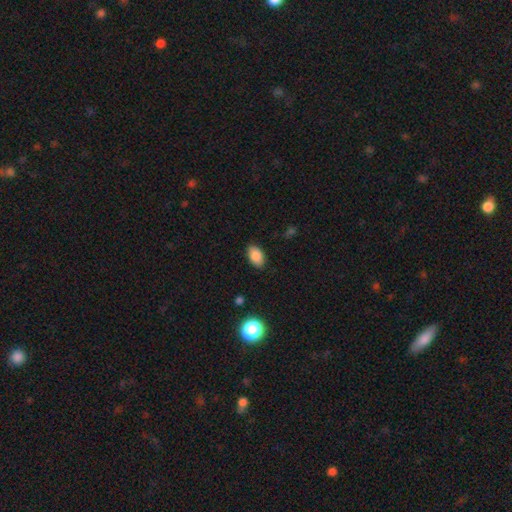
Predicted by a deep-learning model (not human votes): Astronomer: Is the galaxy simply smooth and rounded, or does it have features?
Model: smooth — 86%.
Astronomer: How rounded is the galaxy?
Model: in between — 91%.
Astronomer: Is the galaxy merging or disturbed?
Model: none — 86%.